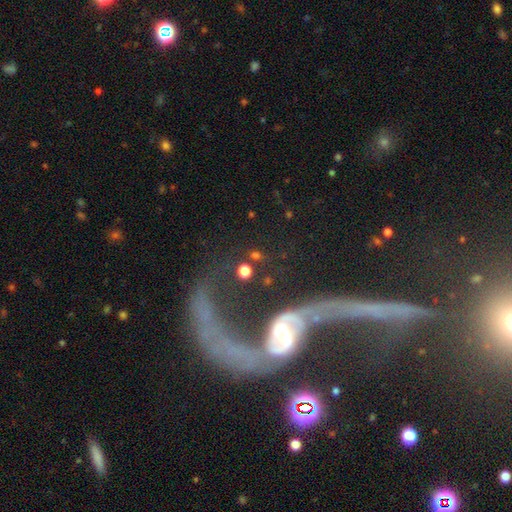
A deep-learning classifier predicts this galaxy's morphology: smooth 43%, featured or disk 38%, star or artifact 18%. Down the decision tree: merging — none (54%).